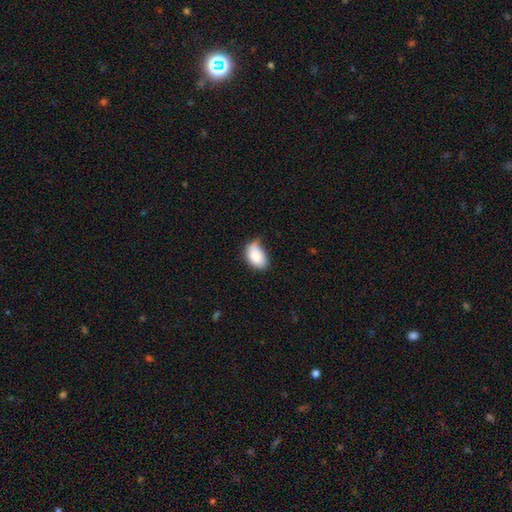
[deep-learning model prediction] smooth 86%, featured or disk 7%, star or artifact 7%. Down the decision tree: how rounded — in between (92%); merging — minor disturbance (44%).